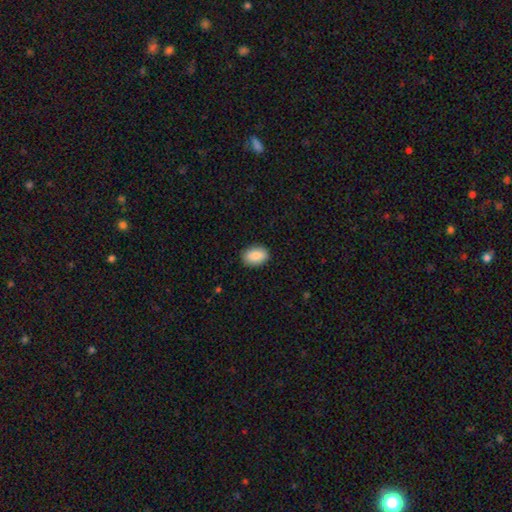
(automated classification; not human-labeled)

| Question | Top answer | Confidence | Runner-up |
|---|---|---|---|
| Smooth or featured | smooth | 88% | star or artifact (7%) |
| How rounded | in between | 83% | round (15%) |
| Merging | none | 89% | minor disturbance (8%) |